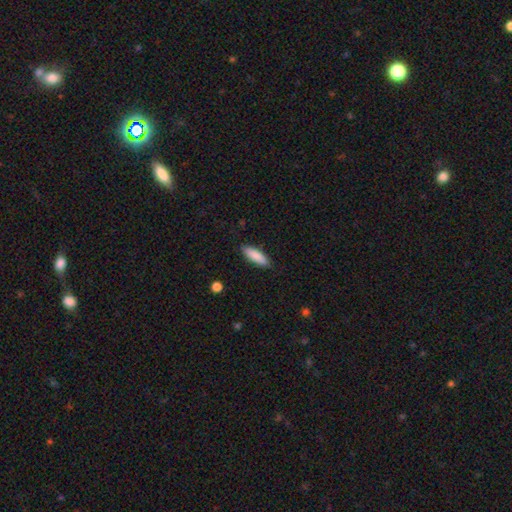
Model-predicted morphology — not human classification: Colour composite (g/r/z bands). It shows a smooth galaxy with no disk features (87%) that is cigar-shaped (53%). Merging: none (88%).